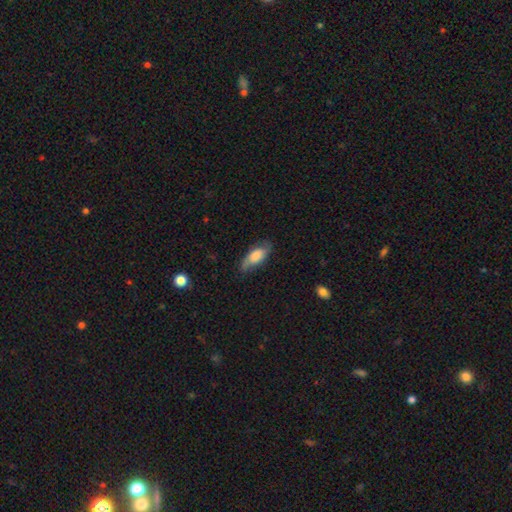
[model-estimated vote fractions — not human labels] Morphology: type=smooth (61%); roundness=in between (78%); merging=none (68%).